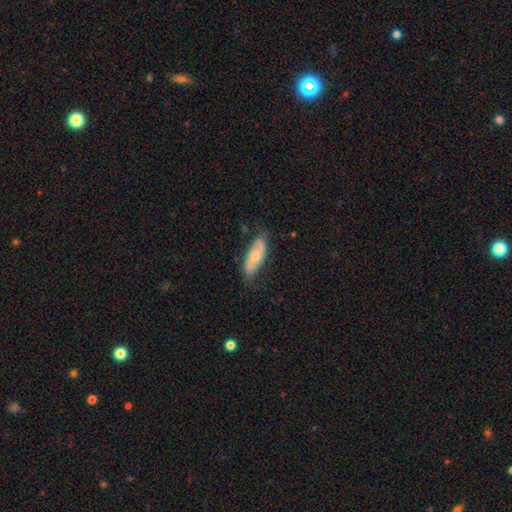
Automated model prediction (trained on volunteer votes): Morphology: type=smooth (51%); roundness=in between (75%); merging=none (72%).